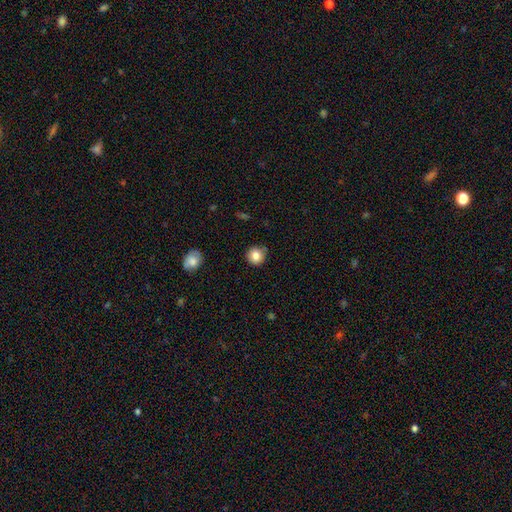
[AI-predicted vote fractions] smooth-or-featured: smooth: 83% | star or artifact: 10% | featured or disk: 7%
  how-rounded: round: 91% | in between: 8% | cigar-shaped: 1%
  merging: none: 84% | minor disturbance: 12% | major disturbance: 2% | merger: 2%